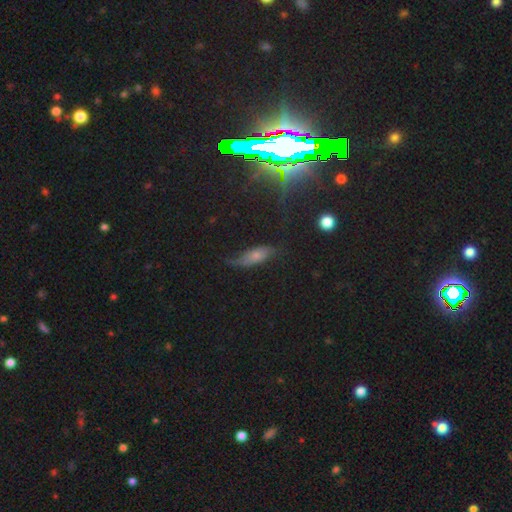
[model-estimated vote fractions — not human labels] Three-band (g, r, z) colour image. It shows a smooth galaxy with no disk features (54%) that is in between round and cigar-shaped (65%). Merging: none (51%).